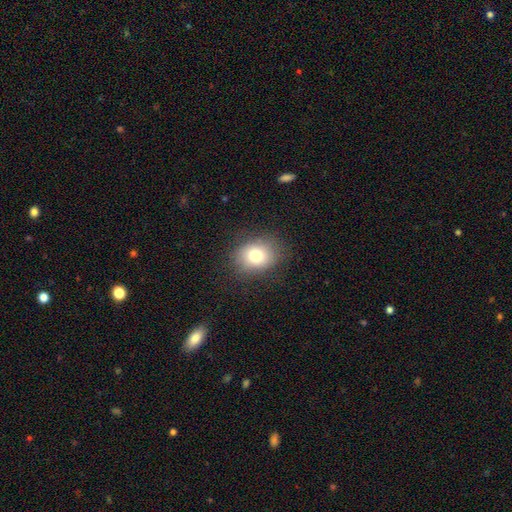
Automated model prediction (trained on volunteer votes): A smooth galaxy with no disk features (77%) that is round (53%). Merging: none (82%).